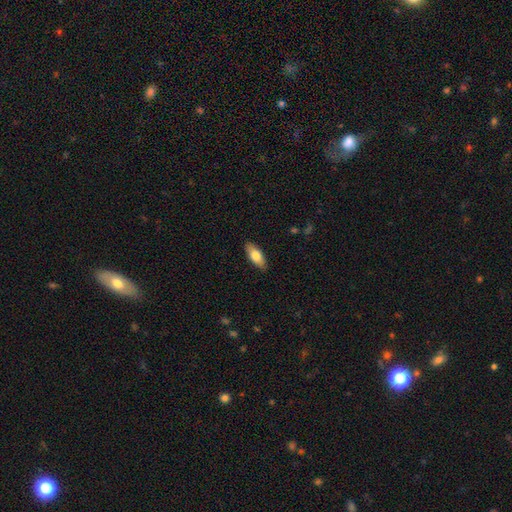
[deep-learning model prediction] Smooth or featured: smooth — 77% (featured or disk — 17%)
How rounded: in between — 79% (cigar-shaped — 19%)
Merging: none — 88% (minor disturbance — 9%)